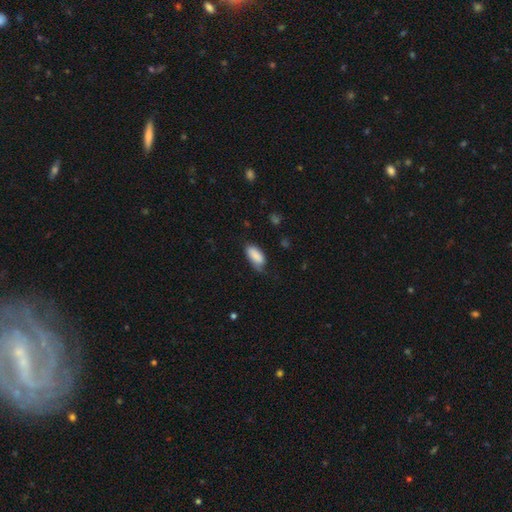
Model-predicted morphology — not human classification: A smooth galaxy with no disk features (86%) that is in between round and cigar-shaped (89%).

Vote fractions:
- Smooth or featured? smooth: 86% / featured or disk: 8% / star or artifact: 7%
- How rounded? in between: 89% / cigar-shaped: 9% / round: 2%
- Merging? none: 54% / minor disturbance: 34% / major disturbance: 10% / merger: 2%